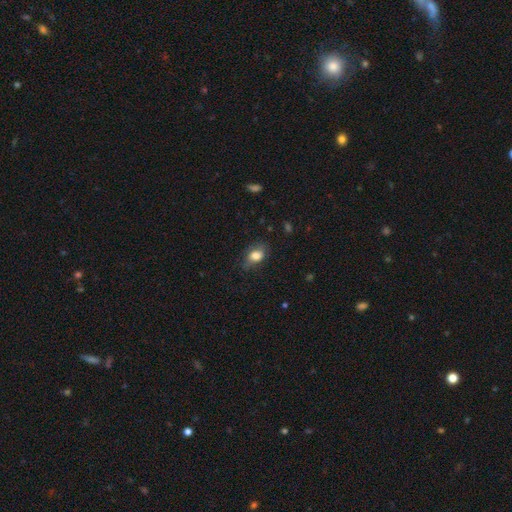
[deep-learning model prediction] A smooth galaxy with no disk features (78%) that is in between round and cigar-shaped (74%).

Vote fractions:
- Smooth or featured? smooth: 78% / featured or disk: 13% / star or artifact: 9%
- How rounded? in between: 74% / round: 24% / cigar-shaped: 2%
- Merging? none: 58% / minor disturbance: 29% / major disturbance: 11% / merger: 2%